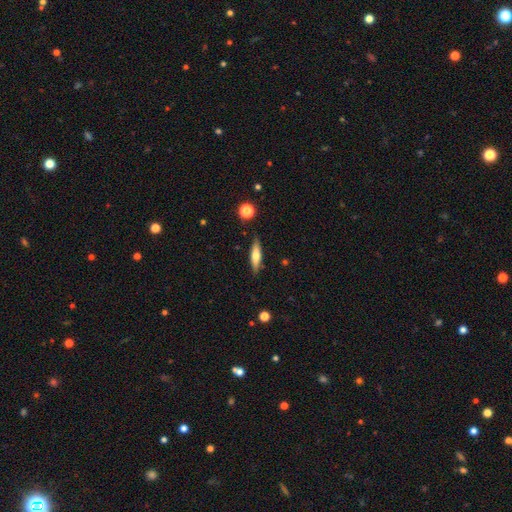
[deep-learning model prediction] The model was most divided on "smooth or featured": smooth: 54%, featured or disk: 39%, star or artifact: 7%. More confident: merging — none (86%); how rounded — cigar-shaped (67%).